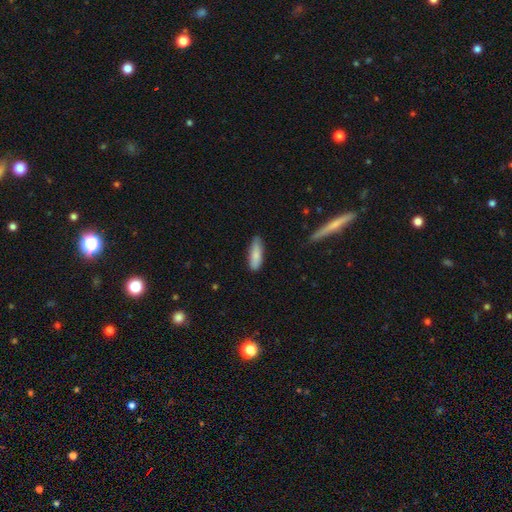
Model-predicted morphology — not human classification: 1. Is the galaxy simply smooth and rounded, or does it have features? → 84% smooth, 10% featured or disk, 6% star or artifact.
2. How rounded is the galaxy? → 51% in between, 47% cigar-shaped, 2% round.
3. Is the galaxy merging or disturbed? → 77% none, 19% minor disturbance, 3% major disturbance, 1% merger.